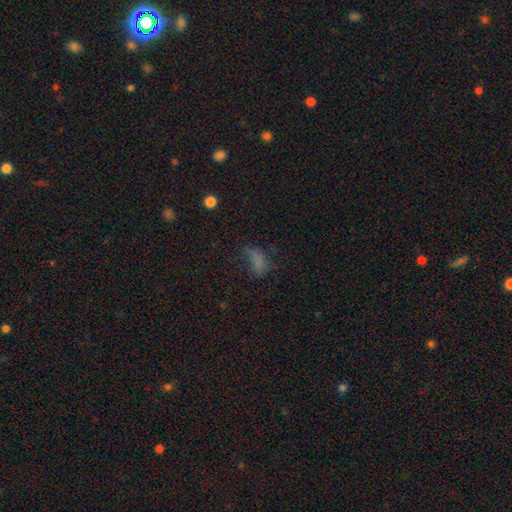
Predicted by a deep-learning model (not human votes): Smooth or featured? smooth (44%)
Merging? none (62%)